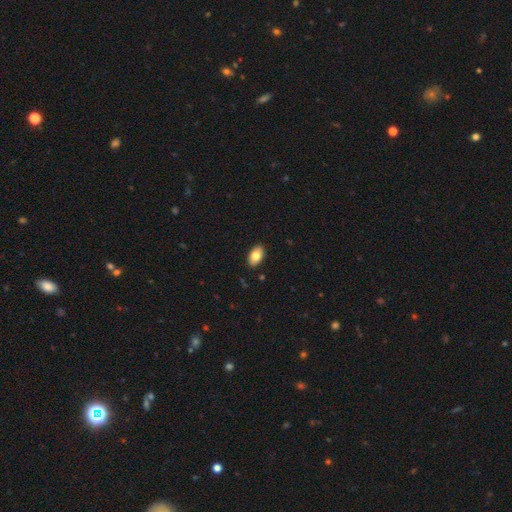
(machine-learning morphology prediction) This appears to be a smooth galaxy with no disk features (81%) that is in between round and cigar-shaped (93%). Merging: none (89%).